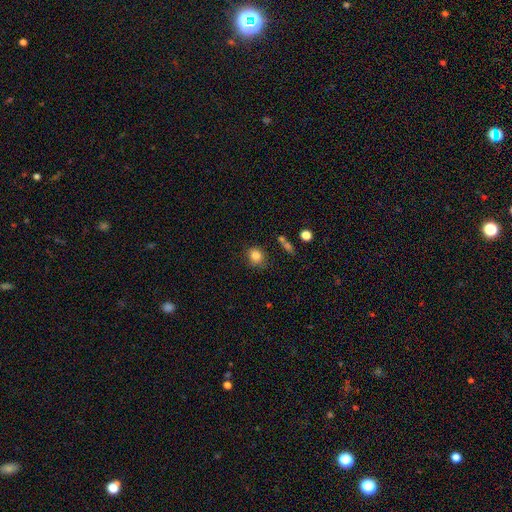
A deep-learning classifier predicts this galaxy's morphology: This appears to be a smooth galaxy with no disk features (84%) that is round (73%). Merging: none (76%).